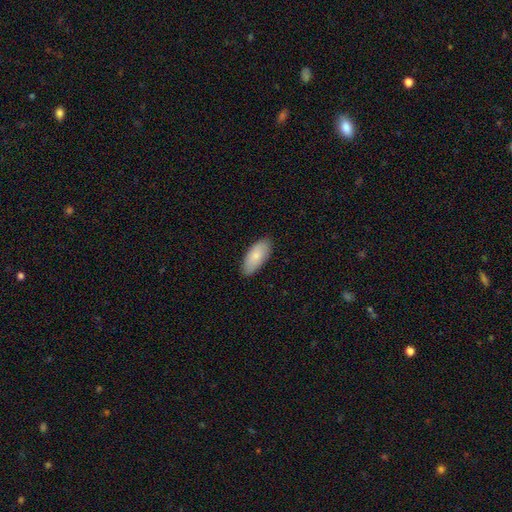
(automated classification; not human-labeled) The model was most divided on "smooth or featured": smooth: 85%, featured or disk: 10%, star or artifact: 5%. More confident: how rounded — in between (88%); merging — none (87%).